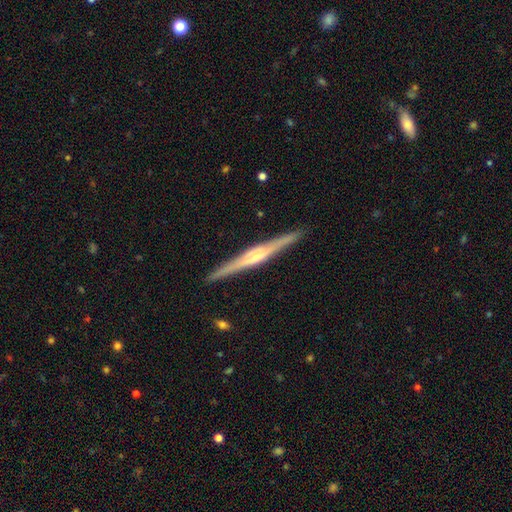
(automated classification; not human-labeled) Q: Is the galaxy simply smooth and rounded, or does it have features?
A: featured or disk — 81%.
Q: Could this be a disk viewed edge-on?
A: yes — 98%.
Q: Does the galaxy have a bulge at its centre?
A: rounded — 66%.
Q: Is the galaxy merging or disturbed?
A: none — 92%.